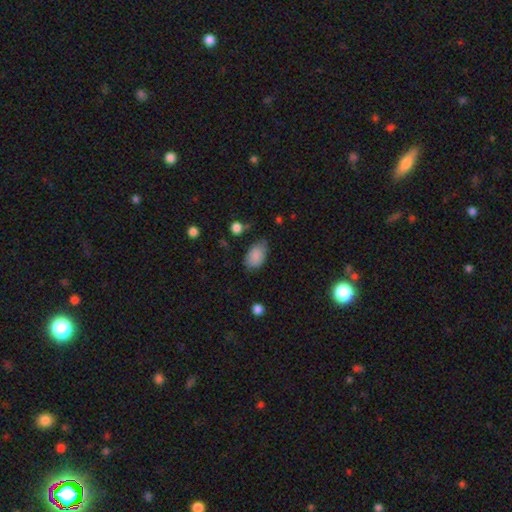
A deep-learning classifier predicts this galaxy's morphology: Q: Smooth or featured?
A: smooth (87%); runner-up: star or artifact (7%)
Q: How rounded?
A: in between (92%); runner-up: round (7%)
Q: Merging?
A: none (69%); runner-up: minor disturbance (24%)